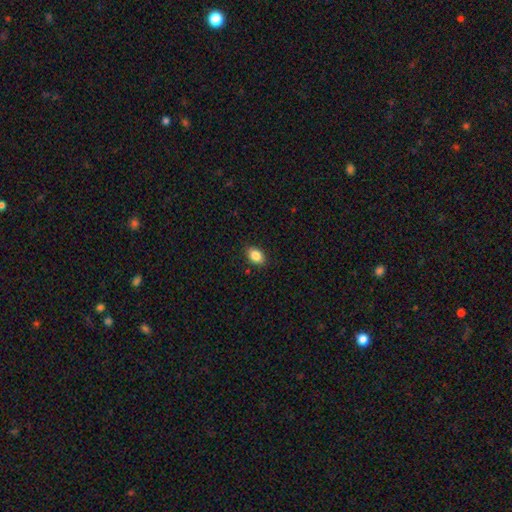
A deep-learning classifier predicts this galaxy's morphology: smooth_or_featured: smooth (p=0.86) [alt: star or artifact p=0.08]
how_rounded: in between (p=0.79) [alt: round p=0.19]
merging: none (p=0.87) [alt: minor disturbance p=0.10]